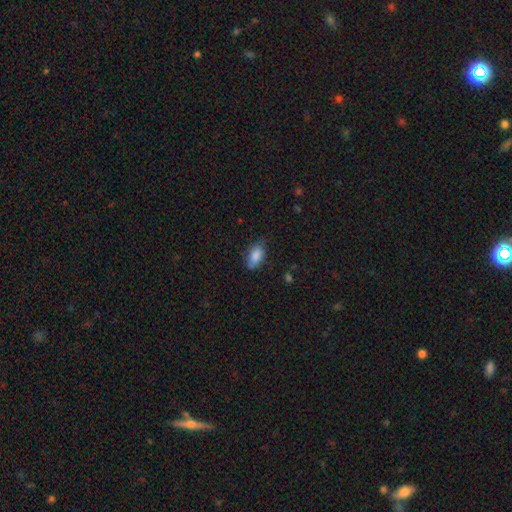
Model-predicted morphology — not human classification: The model was most divided on "merging": none: 69%, minor disturbance: 24%, major disturbance: 5%, merger: 3%. More confident: how rounded — in between (90%); smooth or featured — smooth (83%).